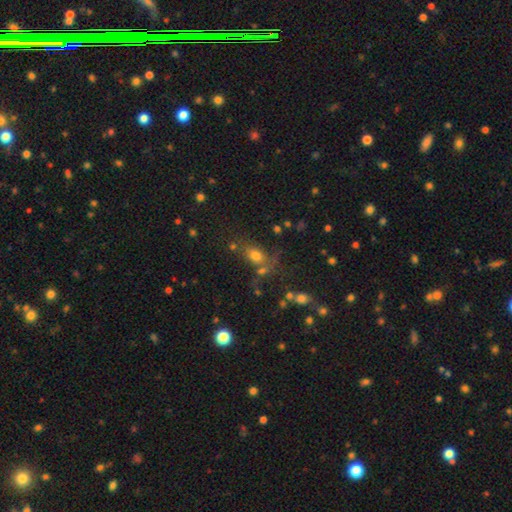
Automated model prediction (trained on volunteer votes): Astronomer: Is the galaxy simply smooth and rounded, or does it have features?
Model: smooth — 69%.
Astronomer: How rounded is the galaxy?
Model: in between — 68%.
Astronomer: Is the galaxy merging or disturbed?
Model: none — 58%.